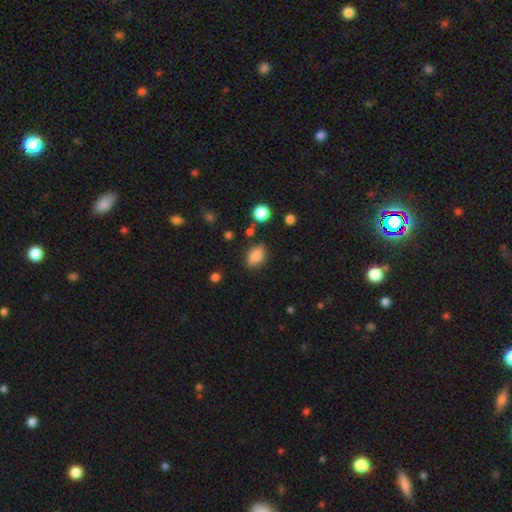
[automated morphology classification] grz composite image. It shows a smooth galaxy with no disk features (83%) that is in between round and cigar-shaped (80%). Merging: none (78%).